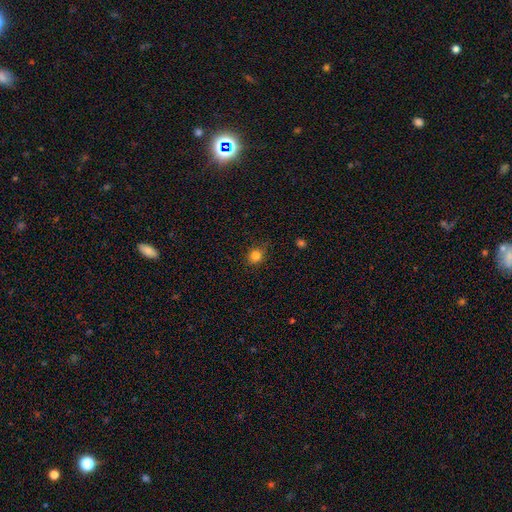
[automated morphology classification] Smooth or featured: smooth — 83% (star or artifact — 12%)
How rounded: round — 77% (in between — 22%)
Merging: none — 84% (minor disturbance — 12%)